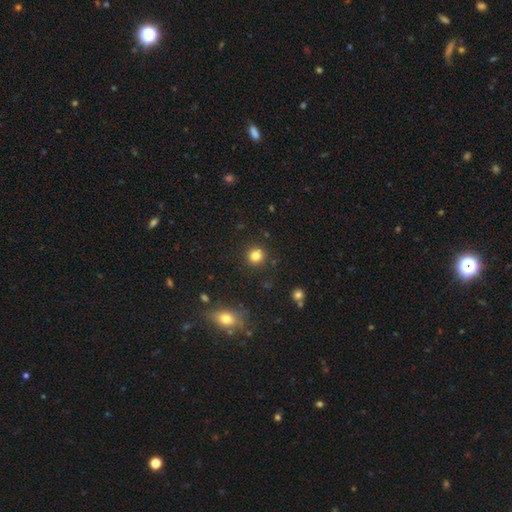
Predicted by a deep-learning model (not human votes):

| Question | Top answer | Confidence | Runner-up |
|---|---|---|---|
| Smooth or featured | smooth | 82% | star or artifact (13%) |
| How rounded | round | 92% | in between (7%) |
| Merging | none | 91% | minor disturbance (6%) |